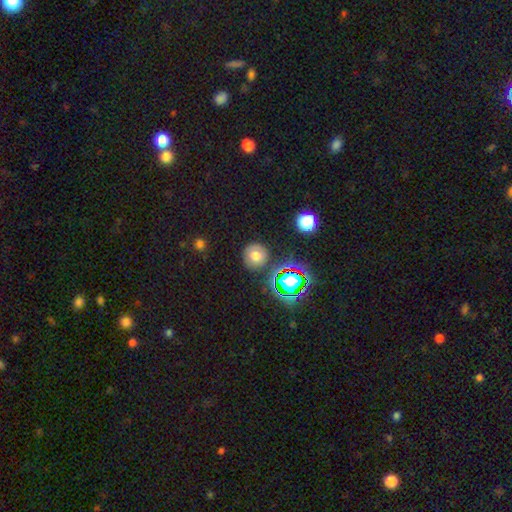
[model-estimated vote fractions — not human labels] A smooth galaxy with no disk features (70%) that is round (91%).

Vote fractions:
- Smooth or featured? smooth: 70% / star or artifact: 18% / featured or disk: 12%
- How rounded? round: 91% / in between: 8% / cigar-shaped: 1%
- Merging? none: 83% / minor disturbance: 10% / merger: 3% / major disturbance: 3%